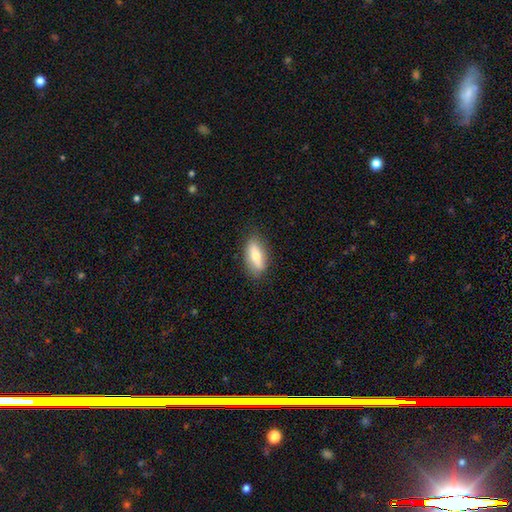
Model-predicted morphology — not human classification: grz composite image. It shows a smooth galaxy with no disk features (57%) that is in between round and cigar-shaped (78%). Merging: none (83%).